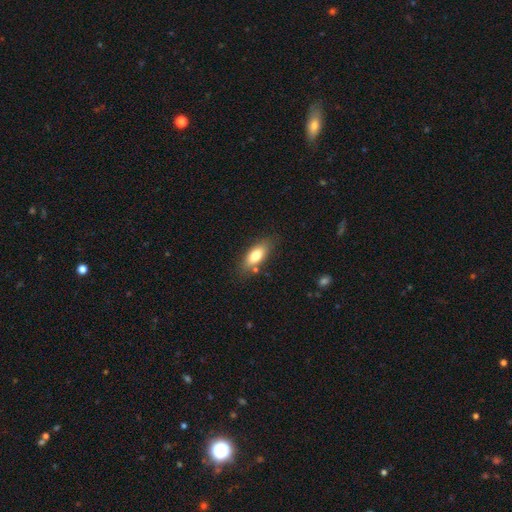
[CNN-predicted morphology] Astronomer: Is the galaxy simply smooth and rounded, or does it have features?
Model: smooth — 76%.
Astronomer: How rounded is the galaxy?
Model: in between — 79%.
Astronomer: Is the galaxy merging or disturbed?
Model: none — 78%.